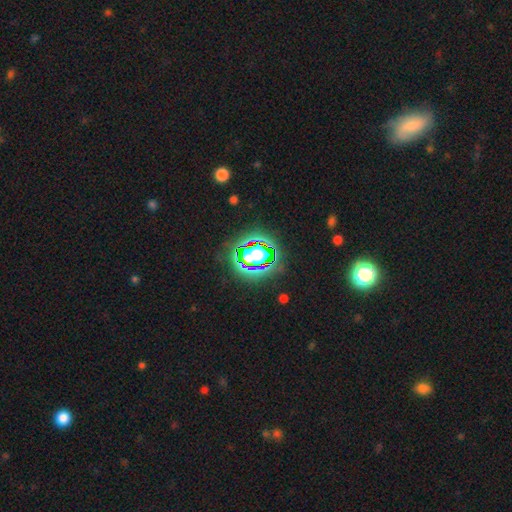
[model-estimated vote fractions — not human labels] This is clearly a star or artifact rather than a galaxy (80%).